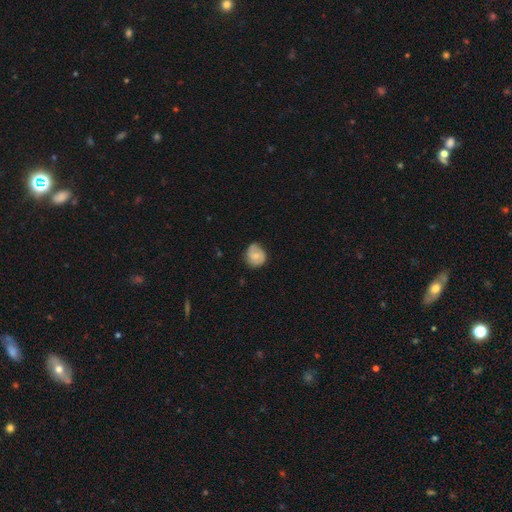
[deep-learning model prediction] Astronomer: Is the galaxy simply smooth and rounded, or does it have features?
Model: smooth — 56% (runner-up: featured or disk, 36%).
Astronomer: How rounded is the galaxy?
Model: round — 77%.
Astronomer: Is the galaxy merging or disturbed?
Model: none — 64%.